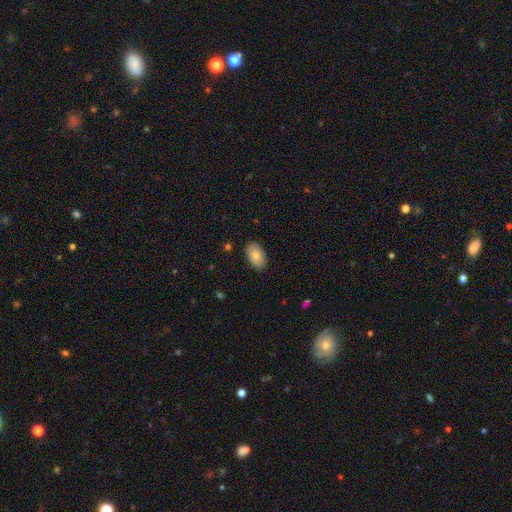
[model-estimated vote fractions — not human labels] smooth-or-featured: smooth: 78% | featured or disk: 15% | star or artifact: 7%
  how-rounded: in between: 92% | round: 6% | cigar-shaped: 1%
  merging: none: 86% | minor disturbance: 11% | major disturbance: 2% | merger: 1%